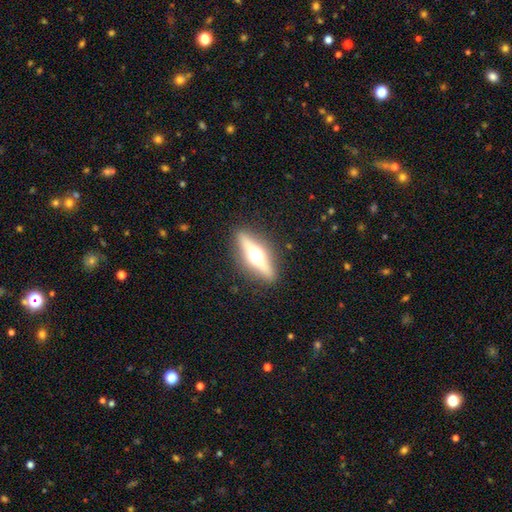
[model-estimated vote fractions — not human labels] Overall: featured or disk (69%). Edge-on disk: yes (94%). Edge-on bulge: rounded (96%). Merging: none (89%).